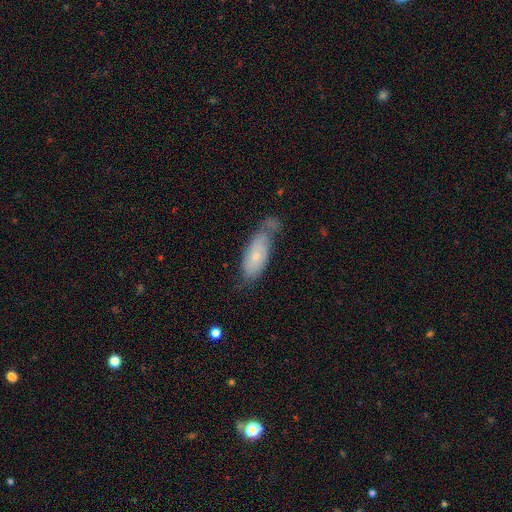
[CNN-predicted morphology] A smooth galaxy with no disk features (59%) that is in between round and cigar-shaped (74%).

Vote fractions:
- Smooth or featured? smooth: 59% / featured or disk: 33% / star or artifact: 7%
- How rounded? in between: 74% / cigar-shaped: 24% / round: 2%
- Merging? none: 45% / minor disturbance: 30% / major disturbance: 13% / merger: 13%